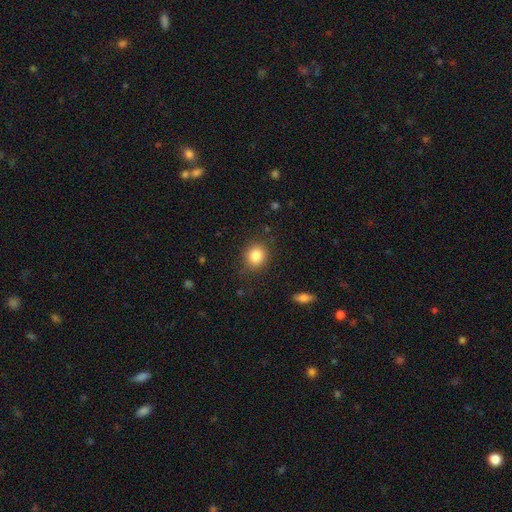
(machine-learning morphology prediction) smooth-or-featured: smooth: 84% | star or artifact: 10% | featured or disk: 6%
  how-rounded: round: 78% | in between: 21% | cigar-shaped: 1%
  merging: none: 85% | minor disturbance: 11% | major disturbance: 3% | merger: 1%